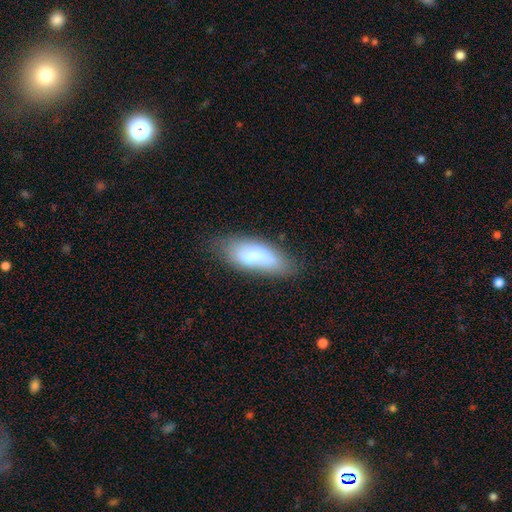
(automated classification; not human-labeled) Smooth or featured: smooth — 69% (featured or disk — 23%)
How rounded: in between — 76% (cigar-shaped — 21%)
Merging: none — 55% (minor disturbance — 27%)